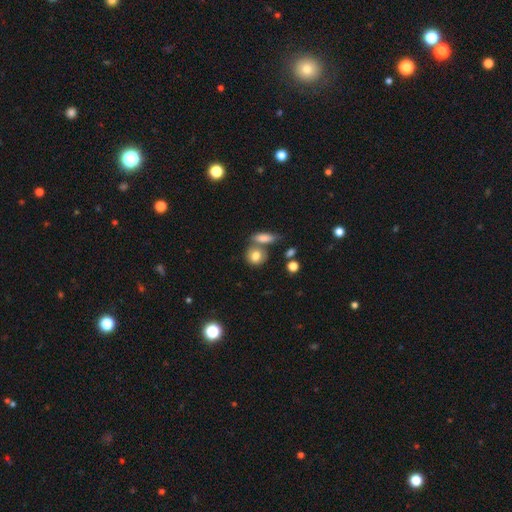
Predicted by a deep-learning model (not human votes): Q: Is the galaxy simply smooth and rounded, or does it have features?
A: smooth — 79%.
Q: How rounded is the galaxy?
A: round — 64%.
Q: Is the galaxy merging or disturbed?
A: none — 53%.